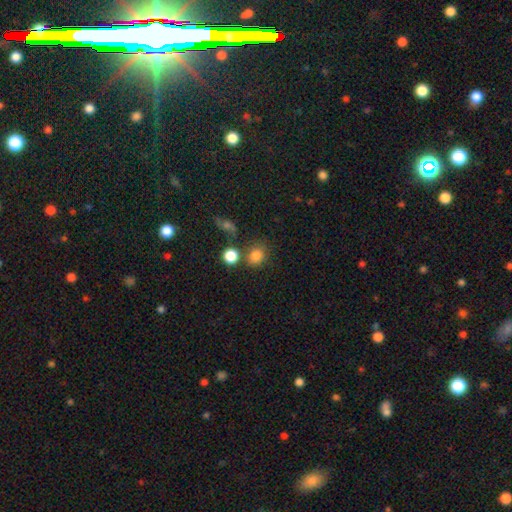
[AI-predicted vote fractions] A smooth galaxy with no disk features (81%) that is round (66%).

Vote fractions:
- Smooth or featured? smooth: 81% / star or artifact: 12% / featured or disk: 7%
- How rounded? round: 66% / in between: 32% / cigar-shaped: 1%
- Merging? none: 69% / merger: 14% / minor disturbance: 12% / major disturbance: 5%